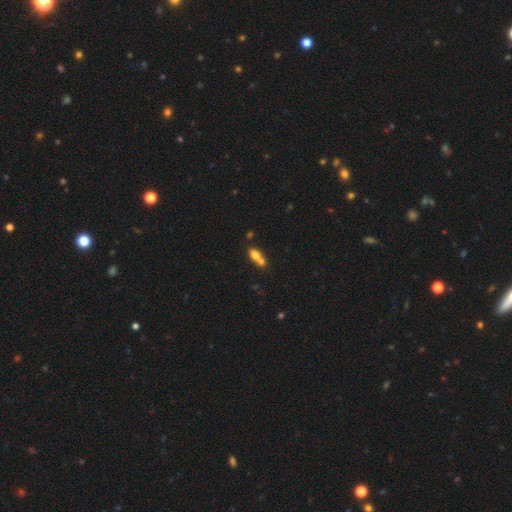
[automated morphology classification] Q: Smooth or featured?
A: smooth (72%); runner-up: featured or disk (17%)
Q: How rounded?
A: in between (68%); runner-up: round (27%)
Q: Merging?
A: merger (62%); runner-up: none (28%)